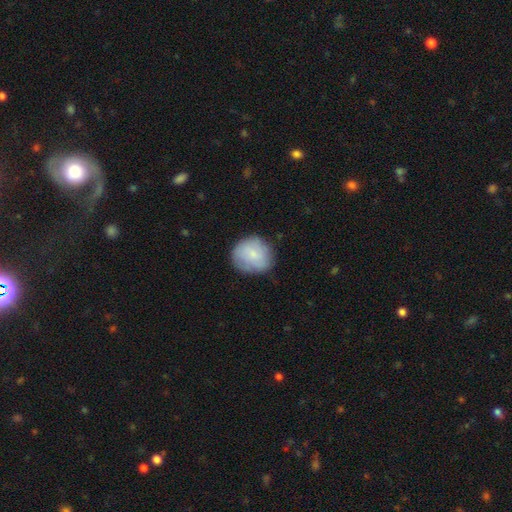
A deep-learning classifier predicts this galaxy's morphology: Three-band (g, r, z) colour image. It shows a smooth galaxy with no disk features (75%) that is round (84%). Merging: none (75%).